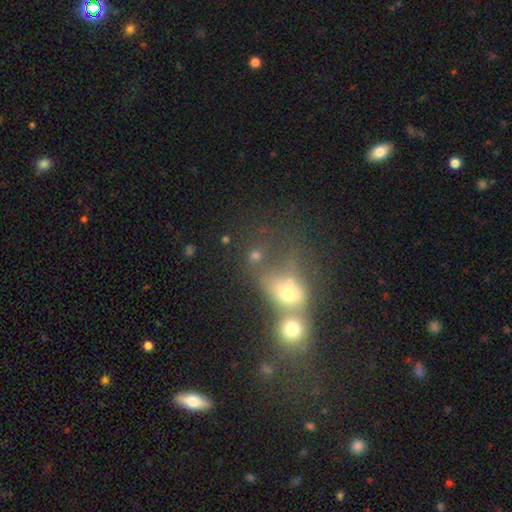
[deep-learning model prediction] Q: Smooth or featured?
A: smooth (59%); runner-up: star or artifact (21%)
Q: How rounded?
A: round (54%); runner-up: in between (43%)
Q: Merging?
A: merger (62%); runner-up: none (21%)